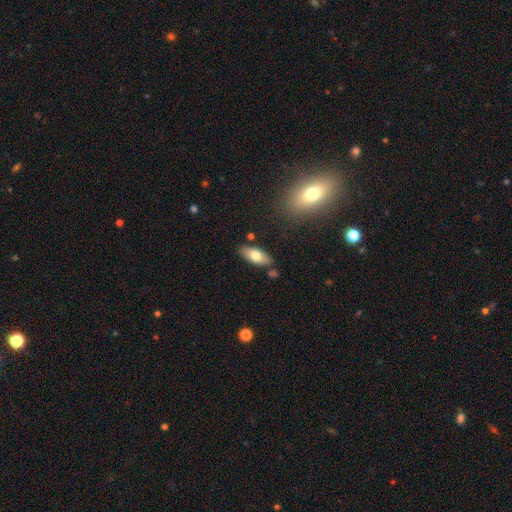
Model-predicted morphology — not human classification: Smooth or featured: smooth — 73% (featured or disk — 20%)
How rounded: in between — 85% (cigar-shaped — 12%)
Merging: none — 81% (minor disturbance — 12%)